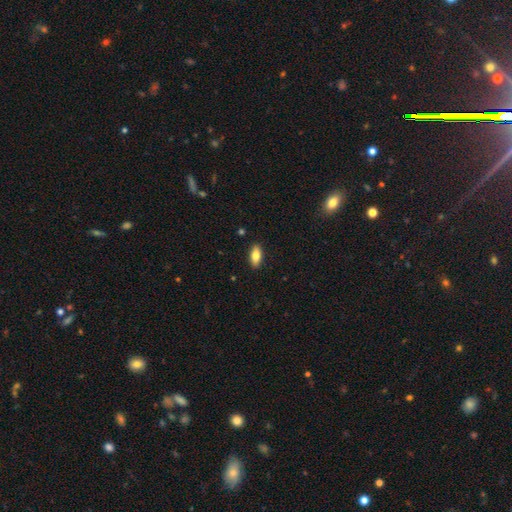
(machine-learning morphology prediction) Smooth or featured: smooth — 79% (featured or disk — 14%)
How rounded: in between — 85% (cigar-shaped — 12%)
Merging: none — 89% (minor disturbance — 8%)